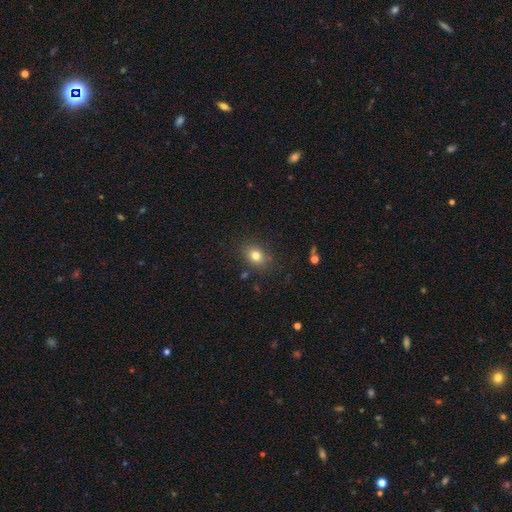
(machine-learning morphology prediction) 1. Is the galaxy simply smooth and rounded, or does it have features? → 79% smooth, 12% star or artifact, 9% featured or disk.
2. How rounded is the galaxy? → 56% in between, 43% round, 1% cigar-shaped.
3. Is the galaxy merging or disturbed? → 84% none, 11% minor disturbance, 3% major disturbance, 2% merger.